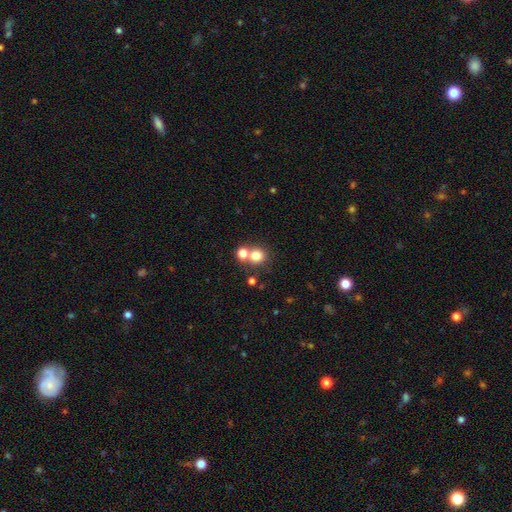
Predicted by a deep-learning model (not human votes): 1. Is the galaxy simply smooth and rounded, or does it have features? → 78% smooth, 14% star or artifact, 8% featured or disk.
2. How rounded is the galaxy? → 86% round, 13% in between, 1% cigar-shaped.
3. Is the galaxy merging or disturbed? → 54% none, 36% merger, 7% minor disturbance, 4% major disturbance.